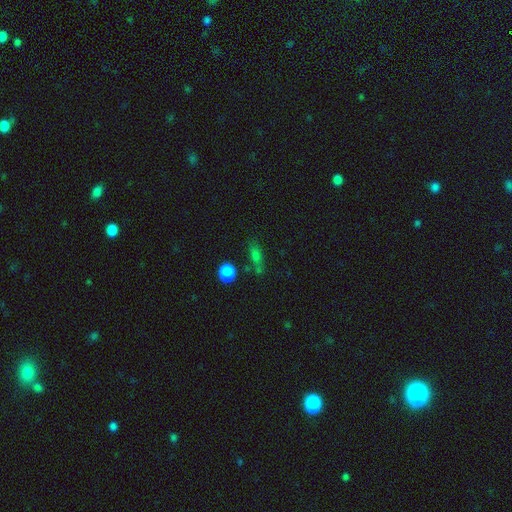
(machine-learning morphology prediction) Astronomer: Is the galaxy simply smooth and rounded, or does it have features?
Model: smooth — 59%.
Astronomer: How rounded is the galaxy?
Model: in between — 49% (runner-up: cigar-shaped, 32%).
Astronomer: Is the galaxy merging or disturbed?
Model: none — 68%.